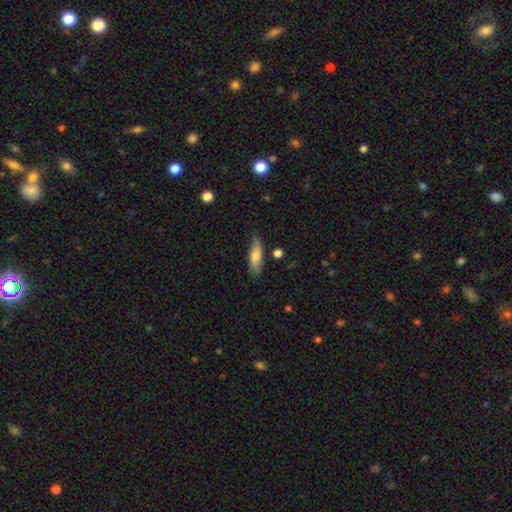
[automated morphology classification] smooth 72%, featured or disk 22%, star or artifact 6%. Down the decision tree: how rounded — cigar-shaped (53%); merging — none (77%).